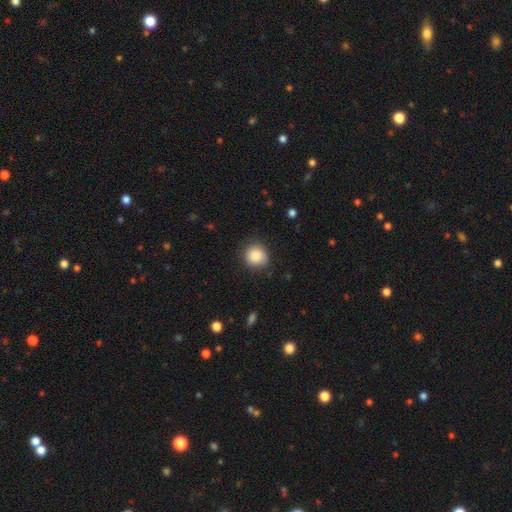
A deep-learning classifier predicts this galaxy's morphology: This appears to be a smooth galaxy with no disk features (85%) that is round (87%). Merging: none (80%).